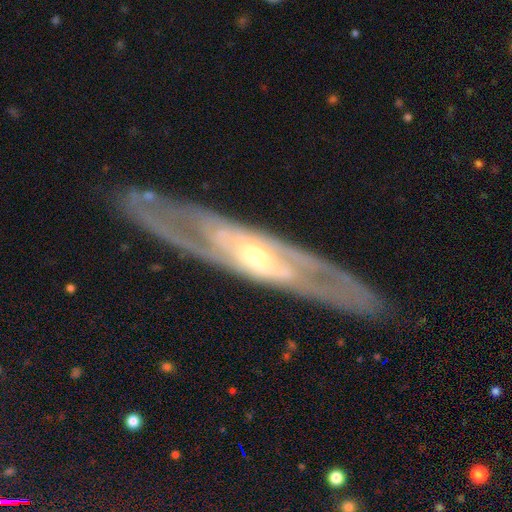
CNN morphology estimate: Smooth or featured? featured or disk (83%)
Edge-on disk? no (61%)
Bar? no (54%)
Spiral arms? yes (77%)
Bulge size? small (50%)
Merging? none (78%)